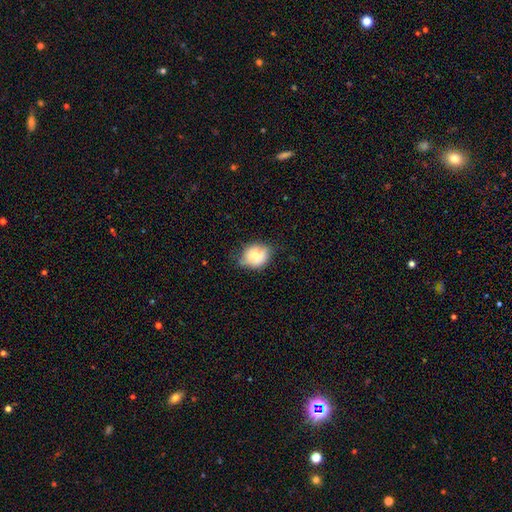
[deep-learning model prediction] Smooth or featured?
  - smooth: 67% *
  - featured or disk: 24%
  - star or artifact: 10%
How rounded?
  - round: 59% *
  - in between: 40%
  - cigar-shaped: 1%
Merging?
  - none: 64% *
  - minor disturbance: 29%
  - major disturbance: 6%
  - merger: 2%